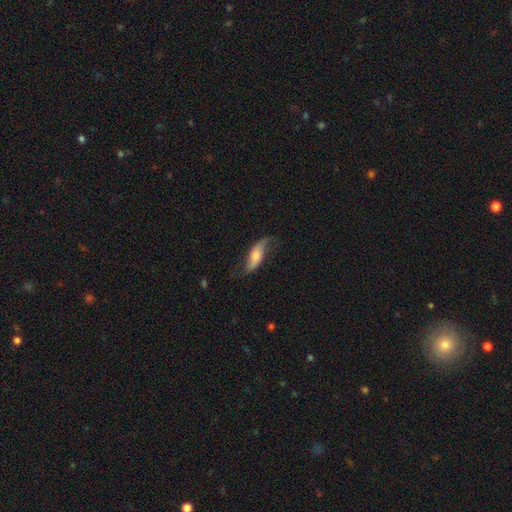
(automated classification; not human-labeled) smooth_or_featured: featured or disk (p=0.69) [alt: smooth p=0.24]
disk_edge_on: no (p=0.81) [alt: yes p=0.19]
bar: no (p=0.60) [alt: weak p=0.26]
has_spiral_arms: yes (p=0.91) [alt: no p=0.09]
spiral_winding: loose (p=0.86) [alt: medium p=0.10]
spiral_arm_count: 2 (p=0.91) [alt: can't tell p=0.04]
bulge_size: moderate (p=0.54) [alt: small p=0.32]
merging: none (p=0.69) [alt: minor disturbance p=0.21]